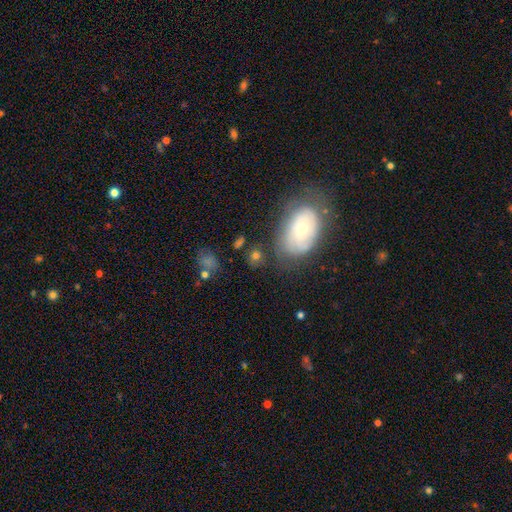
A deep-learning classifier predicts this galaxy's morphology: This appears to be a smooth galaxy with no disk features (62%) that is in between round and cigar-shaped (57%). Merging: none (64%).